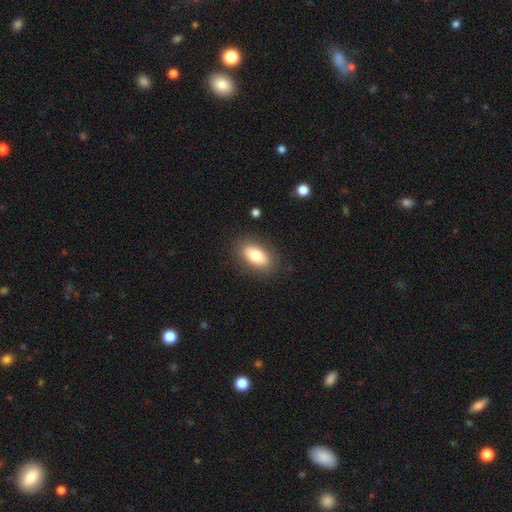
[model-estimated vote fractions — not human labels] Smooth or featured: smooth — 78% (featured or disk — 15%)
How rounded: in between — 90% (cigar-shaped — 6%)
Merging: none — 85% (minor disturbance — 10%)